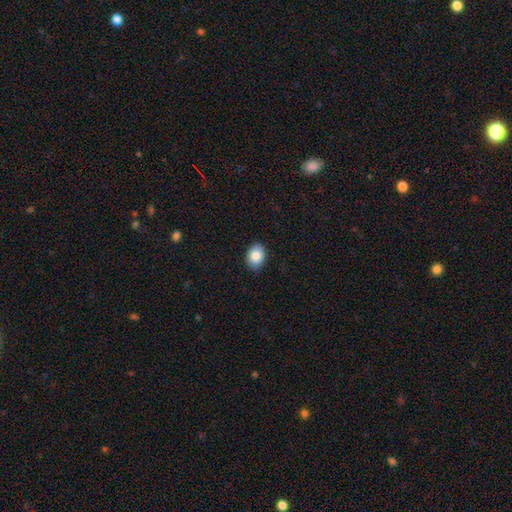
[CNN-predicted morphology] This is clearly a smooth galaxy (85%). How rounded: likely in between (73%). Merging: clearly none (88%).